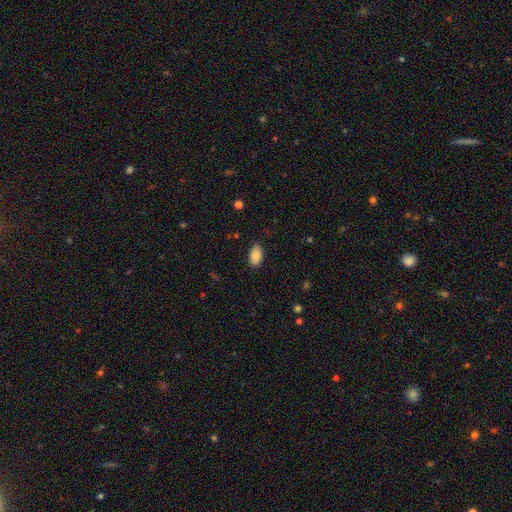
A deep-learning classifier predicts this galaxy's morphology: Overall: smooth (87%). How rounded: in between (94%). Merging: none (87%).